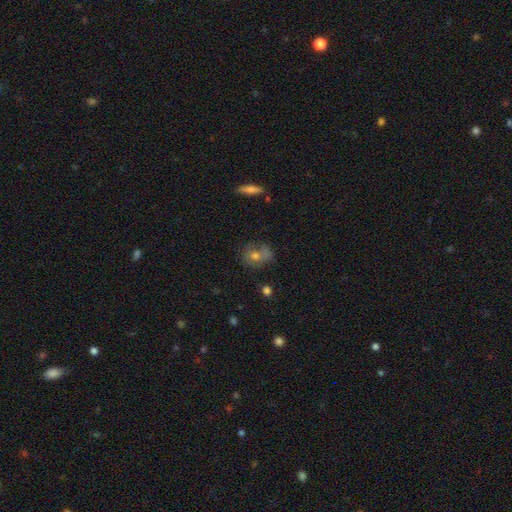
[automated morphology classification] This is marginally a smooth galaxy (43%). Merging: possibly none (59%).